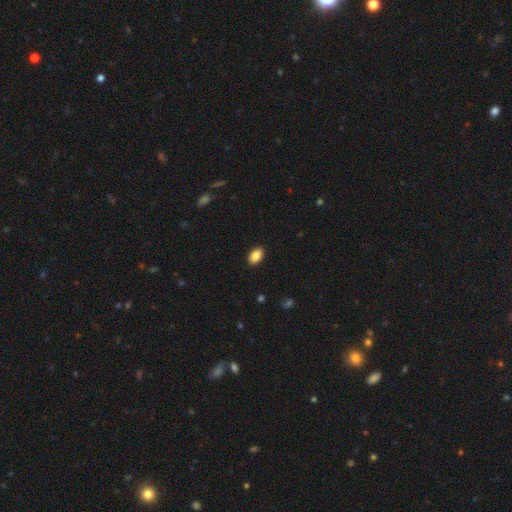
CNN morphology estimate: This appears to be a smooth galaxy with no disk features (87%) that is in between round and cigar-shaped (90%). Merging: none (90%).